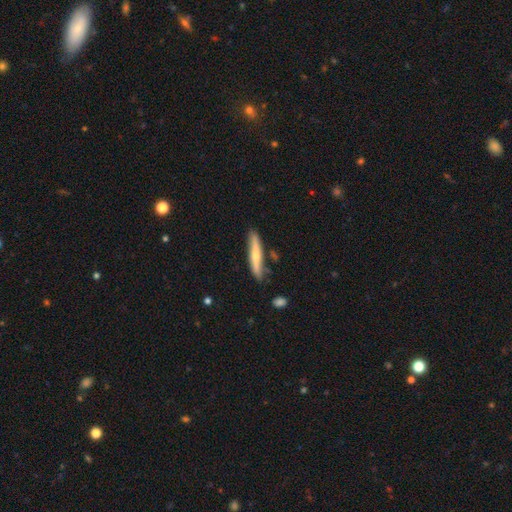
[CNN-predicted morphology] This appears to be a smooth galaxy with no disk features (52%) that is cigar-shaped (91%). Merging: none (78%).